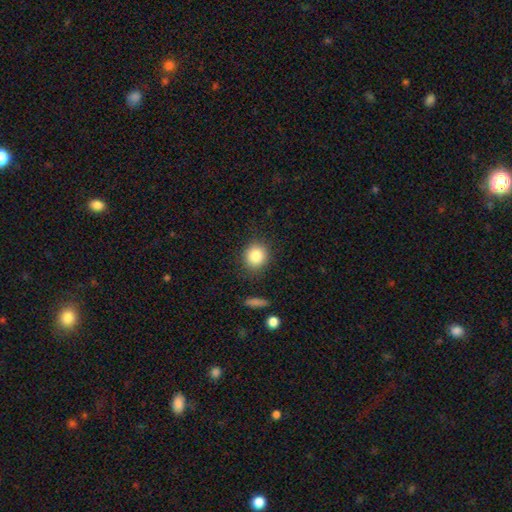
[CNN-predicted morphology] Q: Smooth or featured?
A: smooth (84%); runner-up: star or artifact (10%)
Q: How rounded?
A: round (85%); runner-up: in between (13%)
Q: Merging?
A: none (86%); runner-up: minor disturbance (9%)